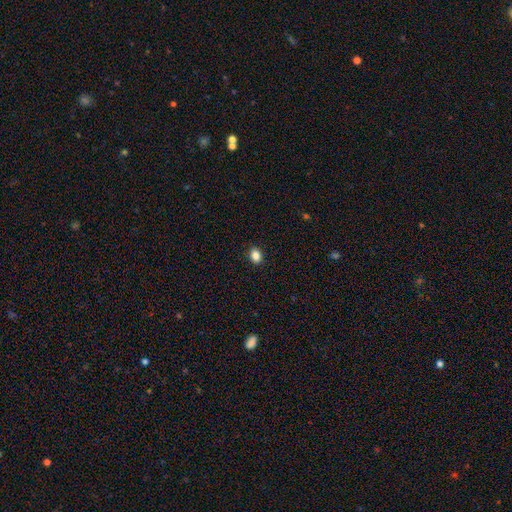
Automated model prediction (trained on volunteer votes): Smooth or featured? smooth (86%)
How rounded? in between (59%)
Merging? none (91%)